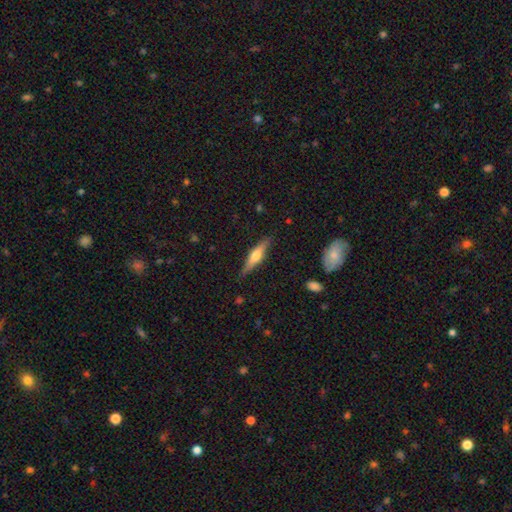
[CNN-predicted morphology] Overall: featured or disk (55%; smooth 39%). Edge-on disk: yes (95%). Edge-on bulge: rounded (87%). Merging: none (86%).